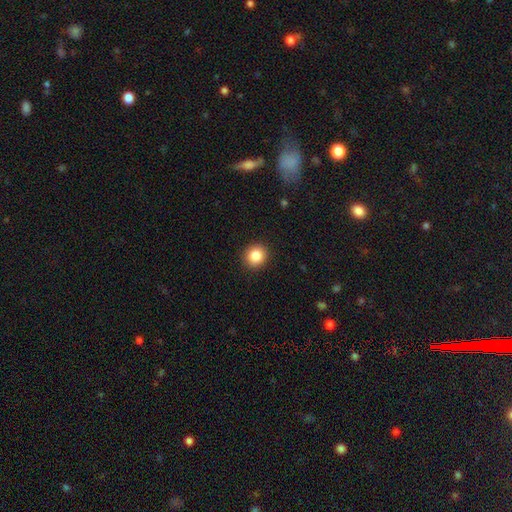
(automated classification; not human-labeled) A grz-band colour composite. It shows a smooth galaxy with no disk features (86%) that is round (89%). Merging: none (92%).